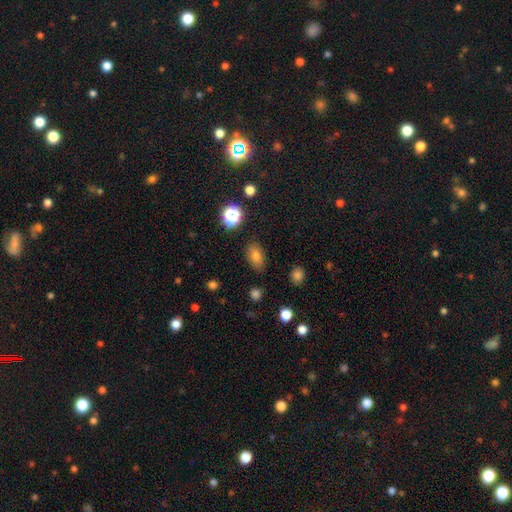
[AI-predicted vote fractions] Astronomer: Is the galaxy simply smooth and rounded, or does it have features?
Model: smooth — 77%.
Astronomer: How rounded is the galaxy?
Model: in between — 84%.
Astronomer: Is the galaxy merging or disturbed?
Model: none — 83%.